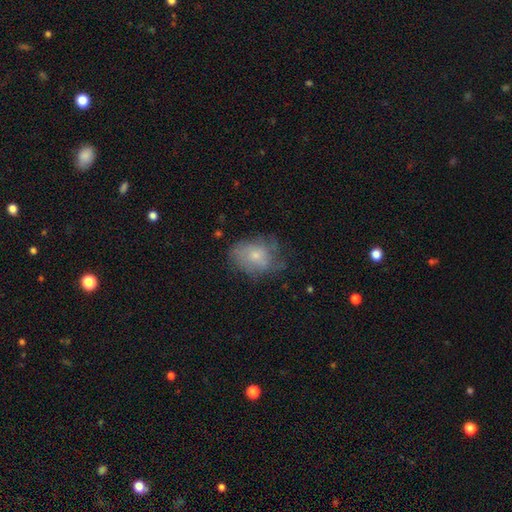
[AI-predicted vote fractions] This appears to be a smooth galaxy with no disk features (57%) that is in between round and cigar-shaped (63%). Merging: none (50%).